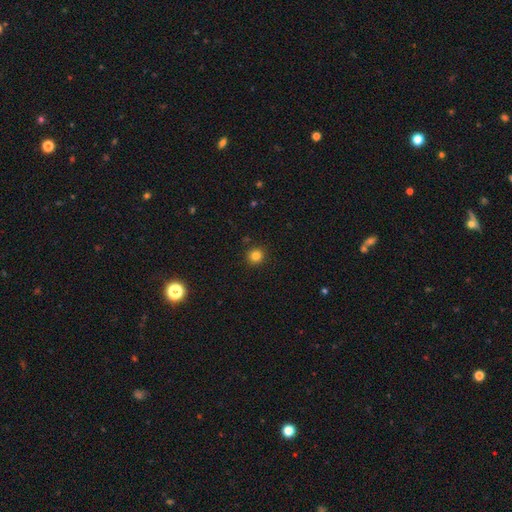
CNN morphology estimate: Smooth or featured?
  - smooth: 83% *
  - star or artifact: 13%
  - featured or disk: 5%
How rounded?
  - round: 94% *
  - in between: 5%
  - cigar-shaped: 1%
Merging?
  - none: 91% *
  - minor disturbance: 6%
  - major disturbance: 2%
  - merger: 1%